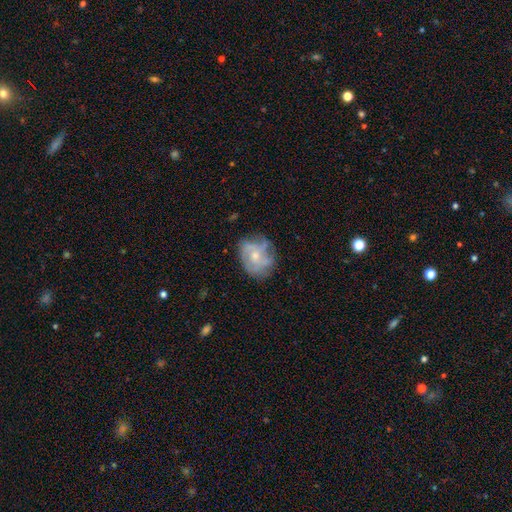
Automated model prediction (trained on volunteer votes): Smooth or featured?
  - featured or disk: 65% *
  - smooth: 27%
  - star or artifact: 8%
Edge-on disk?
  - no: 97% *
  - yes: 3%
Bar?
  - no: 80% *
  - weak: 18%
  - strong: 3%
Spiral arms?
  - yes: 71% *
  - no: 29%
Bulge size?
  - moderate: 47% * (tied)
  - small: 47% * (tied)
  - none: 3%
  - large: 2%
  - dominant: 1%
Merging?
  - none: 63% *
  - minor disturbance: 24%
  - major disturbance: 11%
  - merger: 2%